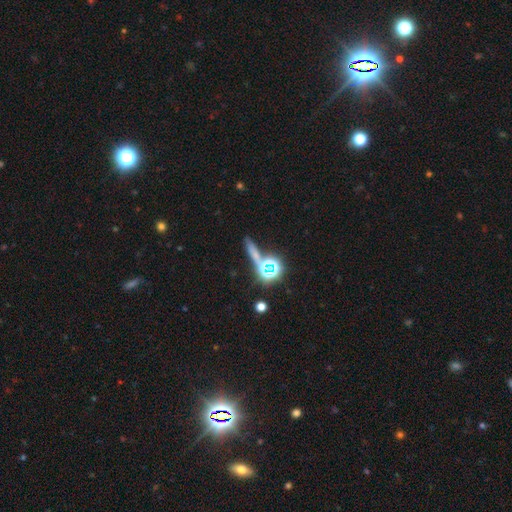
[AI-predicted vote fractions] This appears to be a smooth galaxy with no disk features (43%). Merging: none (65%).